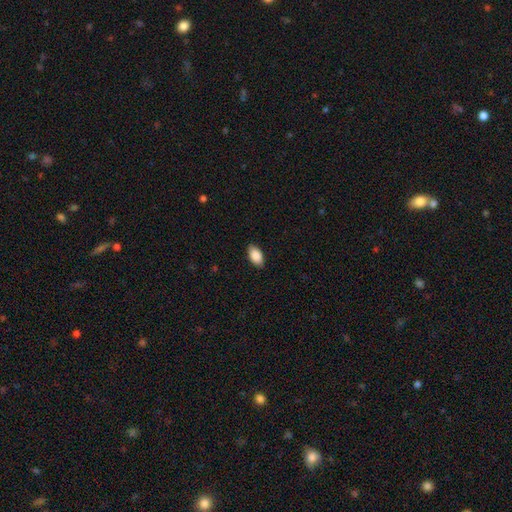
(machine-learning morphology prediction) Smooth or featured?
  - smooth: 89% *
  - star or artifact: 6%
  - featured or disk: 5%
How rounded?
  - in between: 94% *
  - round: 4%
  - cigar-shaped: 3%
Merging?
  - none: 88% *
  - minor disturbance: 9%
  - major disturbance: 2%
  - merger: 1%